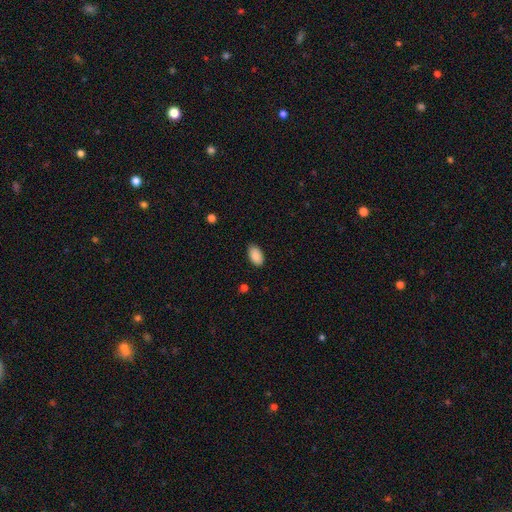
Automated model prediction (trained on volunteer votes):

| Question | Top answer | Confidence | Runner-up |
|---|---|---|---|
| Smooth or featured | smooth | 90% | star or artifact (7%) |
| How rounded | in between | 94% | round (4%) |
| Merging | none | 87% | minor disturbance (10%) |